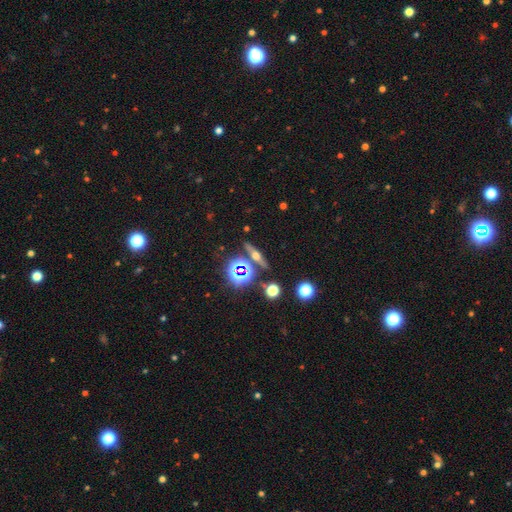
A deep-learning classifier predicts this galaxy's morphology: This appears to be a featured or disk galaxy (52%) viewed edge-on (90%). Merging: none (83%).